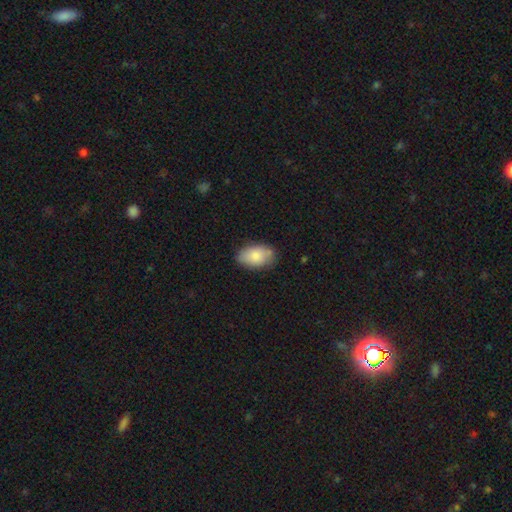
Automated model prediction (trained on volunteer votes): This appears to be a smooth galaxy with no disk features (81%) that is in between round and cigar-shaped (91%). Merging: none (73%).